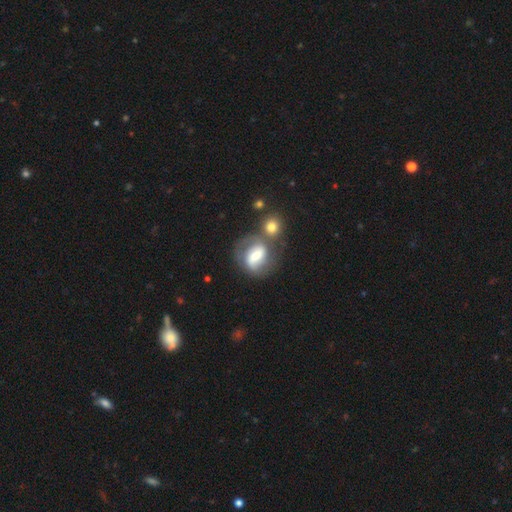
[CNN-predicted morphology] This appears to be a featured or disk galaxy (60%) with a strong bar (44%), spiral arms (76%) and a moderate central bulge (57%). Merging: none (44%).